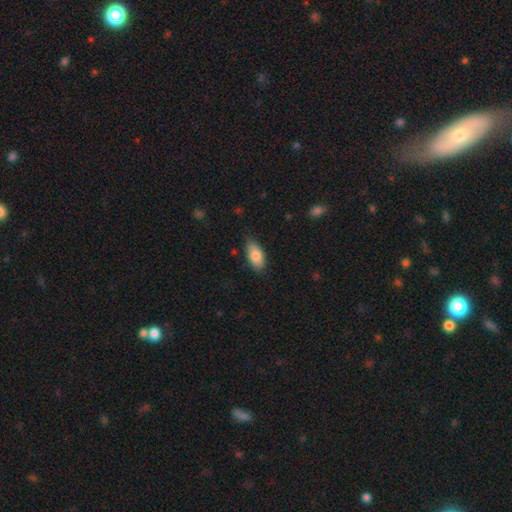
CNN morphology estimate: This appears to be a smooth galaxy with no disk features (81%) that is in between round and cigar-shaped (91%). Merging: none (79%).